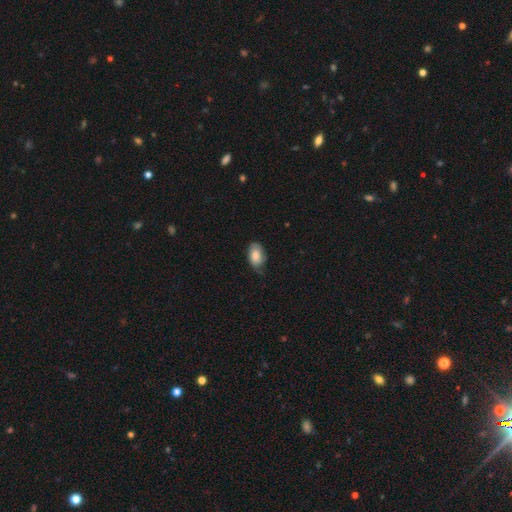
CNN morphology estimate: smooth 80%, featured or disk 13%, star or artifact 7%. Down the decision tree: how rounded — in between (91%); merging — none (62%).